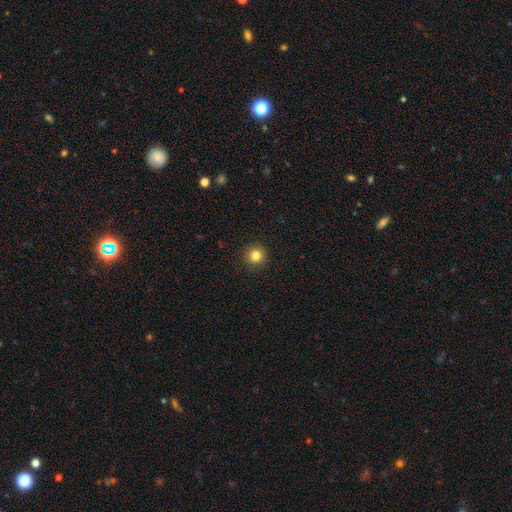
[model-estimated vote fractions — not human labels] This is clearly a smooth galaxy (83%). How rounded: clearly round (95%). Merging: clearly none (92%).